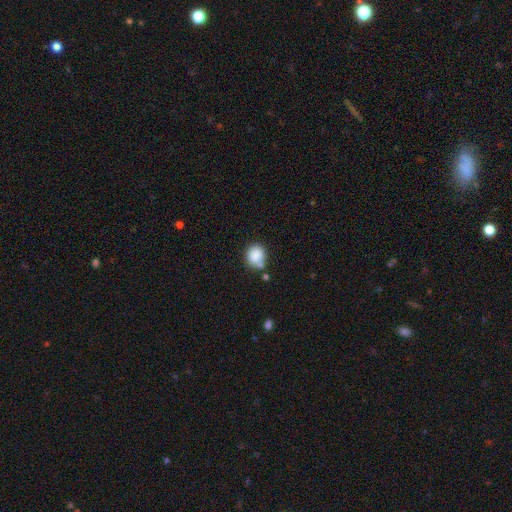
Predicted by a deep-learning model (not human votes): A smooth galaxy with no disk features (86%) that is round (78%). Merging: none (66%).